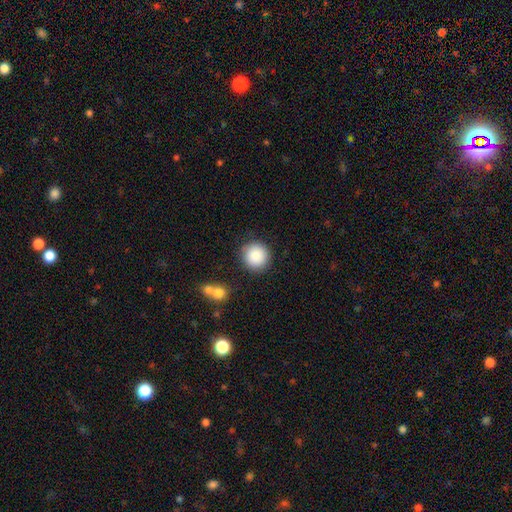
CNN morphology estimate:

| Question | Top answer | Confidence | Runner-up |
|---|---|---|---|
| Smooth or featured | smooth | 87% | star or artifact (8%) |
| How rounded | round | 93% | in between (6%) |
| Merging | none | 87% | minor disturbance (8%) |